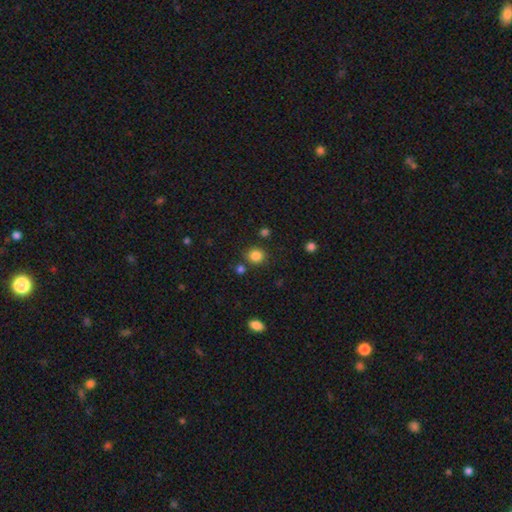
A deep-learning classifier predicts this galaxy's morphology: Smooth or featured: smooth — 84% (star or artifact — 12%)
How rounded: round — 80% (in between — 19%)
Merging: none — 83% (minor disturbance — 9%)